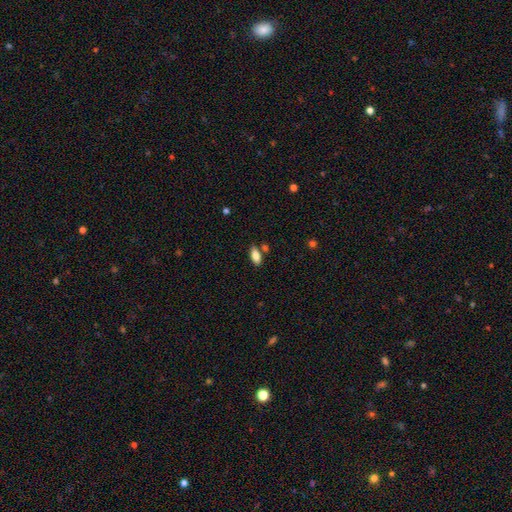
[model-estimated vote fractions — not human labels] Q: Smooth or featured?
A: smooth (83%); runner-up: featured or disk (10%)
Q: How rounded?
A: in between (87%); runner-up: cigar-shaped (10%)
Q: Merging?
A: none (77%); runner-up: minor disturbance (11%)